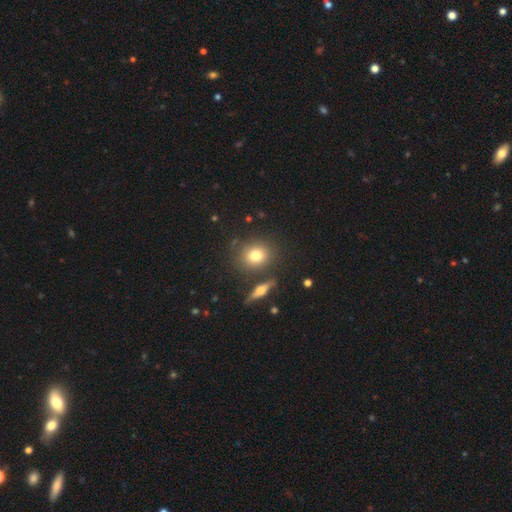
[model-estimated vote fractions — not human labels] Smooth or featured: smooth — 76% (featured or disk — 13%)
How rounded: round — 76% (in between — 22%)
Merging: none — 79% (minor disturbance — 9%)